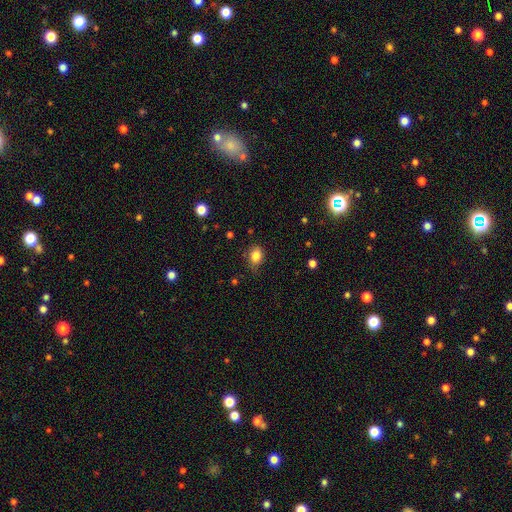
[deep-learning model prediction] The model was most divided on "how rounded": in between: 61%, round: 38%, cigar-shaped: 1%. More confident: smooth or featured — smooth (84%); merging — none (73%).